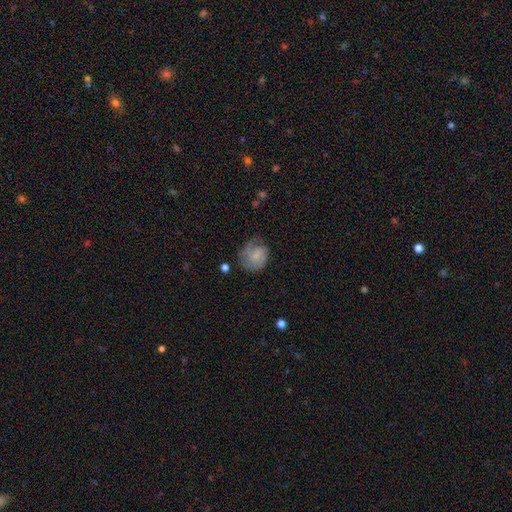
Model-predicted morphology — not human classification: smooth_or_featured: smooth (p=0.51) [alt: featured or disk p=0.41]
how_rounded: round (p=0.65) [alt: in between p=0.34]
merging: none (p=0.46) [alt: minor disturbance p=0.29]